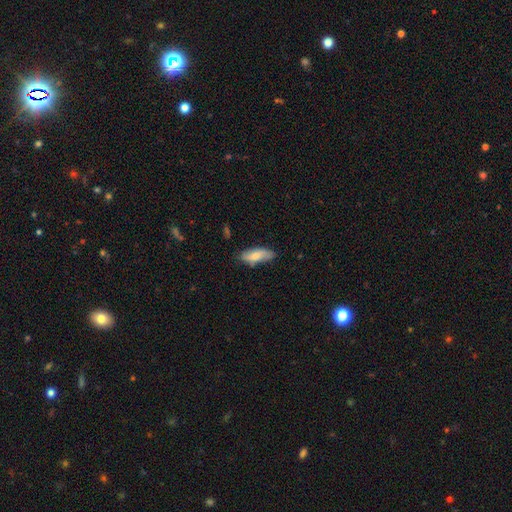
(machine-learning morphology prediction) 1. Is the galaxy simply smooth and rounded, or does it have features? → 75% smooth, 19% featured or disk, 6% star or artifact.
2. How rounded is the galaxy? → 71% in between, 26% cigar-shaped, 2% round.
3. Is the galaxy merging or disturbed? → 71% none, 23% minor disturbance, 4% major disturbance, 2% merger.